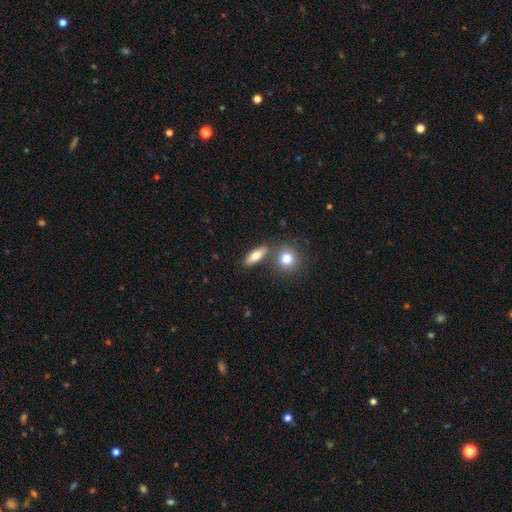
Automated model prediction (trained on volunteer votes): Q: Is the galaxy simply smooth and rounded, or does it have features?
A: smooth — 70%.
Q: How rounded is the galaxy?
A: in between — 54%.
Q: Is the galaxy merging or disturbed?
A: none — 74%.